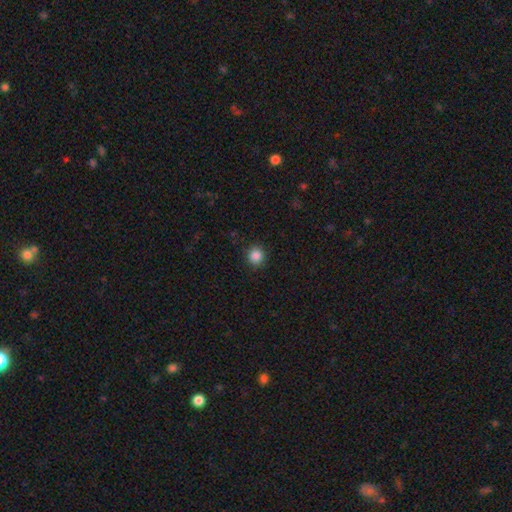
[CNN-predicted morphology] Smooth or featured?
  - smooth: 87% *
  - star or artifact: 10%
  - featured or disk: 3%
How rounded?
  - round: 92% *
  - in between: 7%
  - cigar-shaped: 1%
Merging?
  - none: 91% *
  - minor disturbance: 6%
  - major disturbance: 2%
  - merger: 1%